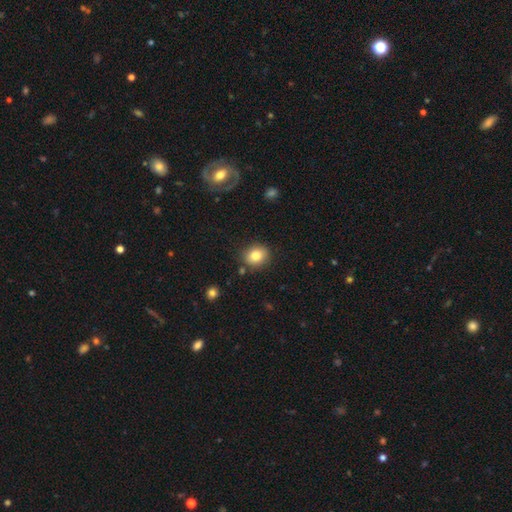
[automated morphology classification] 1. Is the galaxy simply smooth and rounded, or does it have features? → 82% smooth, 10% star or artifact, 8% featured or disk.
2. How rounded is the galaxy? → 67% round, 32% in between, 1% cigar-shaped.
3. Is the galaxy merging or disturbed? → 84% none, 10% minor disturbance, 3% merger, 3% major disturbance.